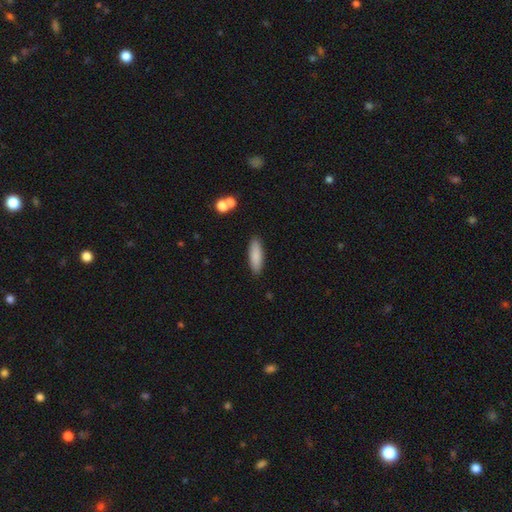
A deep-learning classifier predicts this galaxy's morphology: This is clearly a smooth galaxy (86%). How rounded: possibly cigar-shaped (50%). Merging: clearly none (89%).